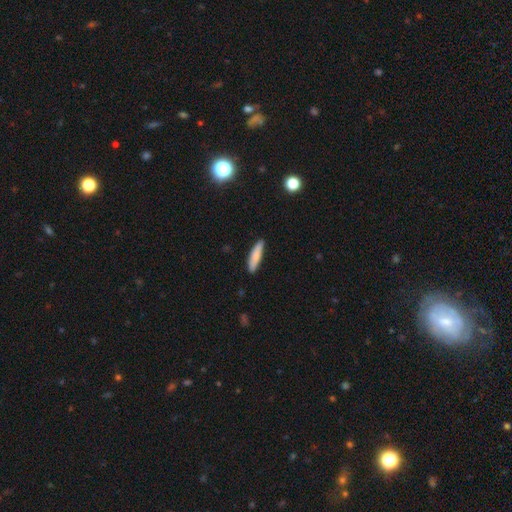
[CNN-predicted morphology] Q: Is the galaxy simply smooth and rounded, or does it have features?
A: smooth — 82%.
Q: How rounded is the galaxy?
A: cigar-shaped — 77%.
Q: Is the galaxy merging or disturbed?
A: none — 86%.